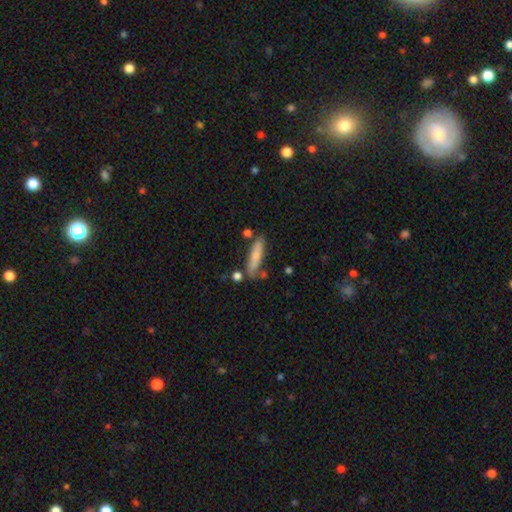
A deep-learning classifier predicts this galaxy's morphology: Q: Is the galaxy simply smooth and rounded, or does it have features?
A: smooth — 70%.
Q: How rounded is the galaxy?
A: cigar-shaped — 78%.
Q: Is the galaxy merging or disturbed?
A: none — 68%.